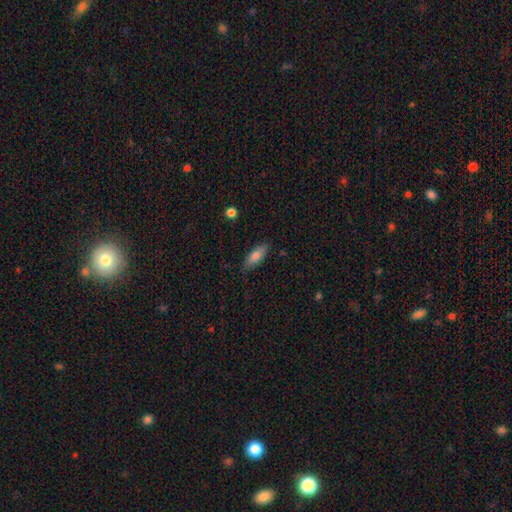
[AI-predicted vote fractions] Q: Smooth or featured?
A: smooth (79%); runner-up: featured or disk (14%)
Q: How rounded?
A: in between (74%); runner-up: cigar-shaped (24%)
Q: Merging?
A: none (81%); runner-up: minor disturbance (15%)